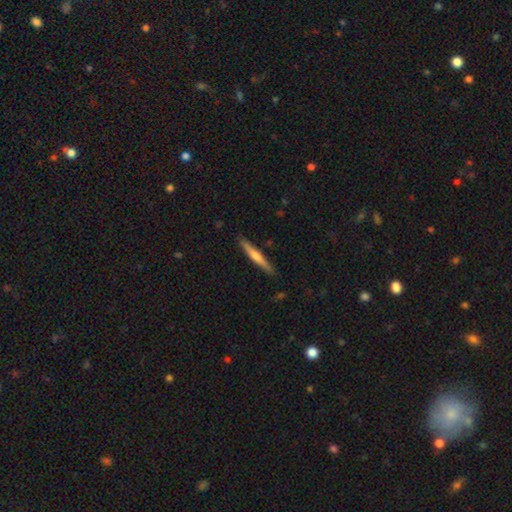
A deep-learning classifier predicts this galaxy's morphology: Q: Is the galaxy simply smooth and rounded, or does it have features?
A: featured or disk — 53%.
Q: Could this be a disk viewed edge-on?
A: yes — 97%.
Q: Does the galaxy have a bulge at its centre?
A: rounded — 72%.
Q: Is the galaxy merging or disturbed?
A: none — 90%.